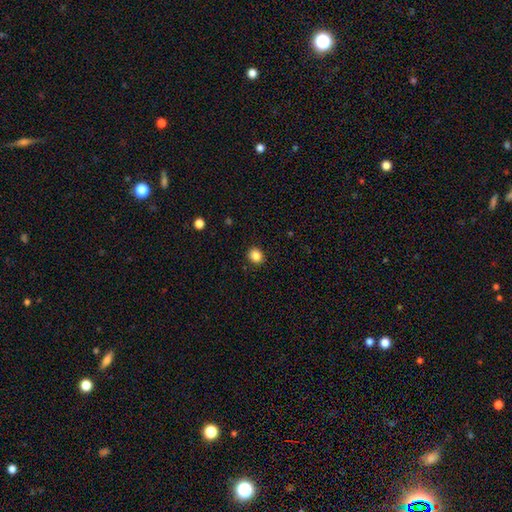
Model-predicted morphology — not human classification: smooth 86%, star or artifact 10%, featured or disk 4%. Down the decision tree: how rounded — round (77%); merging — none (91%).